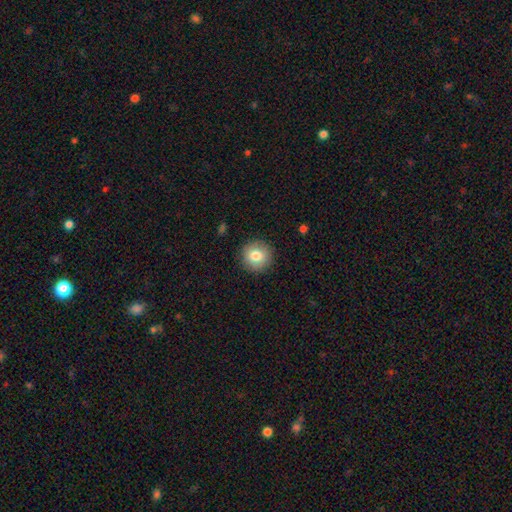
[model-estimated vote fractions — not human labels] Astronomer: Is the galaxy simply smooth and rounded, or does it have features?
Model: smooth — 81%.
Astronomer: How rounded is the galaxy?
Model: round — 94%.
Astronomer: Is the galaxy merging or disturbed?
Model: none — 91%.